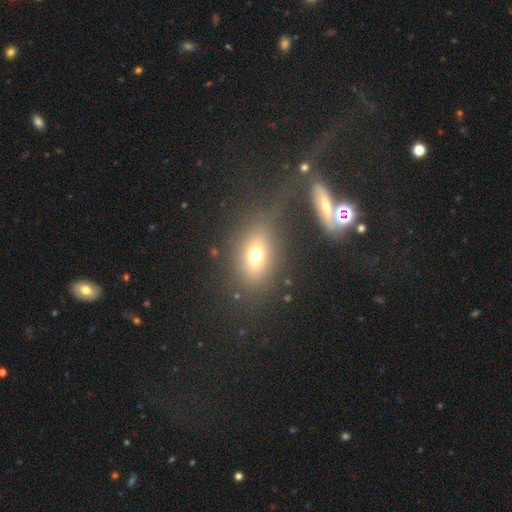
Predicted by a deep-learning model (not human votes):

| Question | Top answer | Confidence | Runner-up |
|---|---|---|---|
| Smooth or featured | smooth | 68% | featured or disk (17%) |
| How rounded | in between | 66% | round (31%) |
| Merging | none | 65% | minor disturbance (13%) |